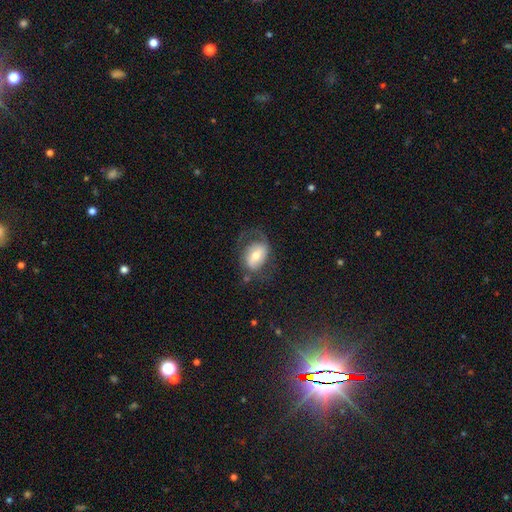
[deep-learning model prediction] The model was most divided on "bar": weak: 39%, no: 31%, strong: 30%. Remaining: edge-on disk — no (95%); spiral arms — yes (76%); bulge size — moderate (65%); smooth or featured — featured or disk (56%); merging — none (50%).